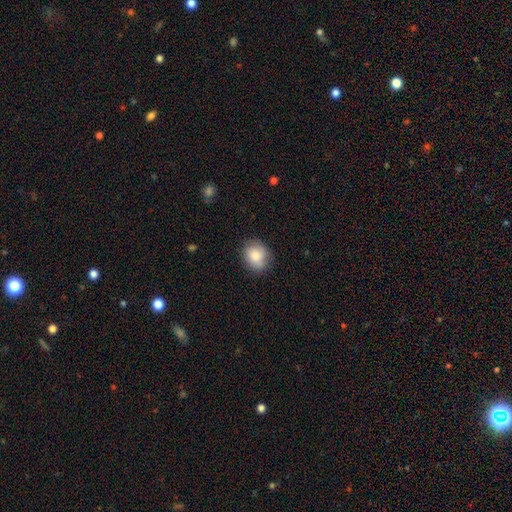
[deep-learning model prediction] Q: Smooth or featured?
A: smooth (83%); runner-up: featured or disk (10%)
Q: How rounded?
A: round (52%); runner-up: in between (47%)
Q: Merging?
A: none (78%); runner-up: minor disturbance (17%)